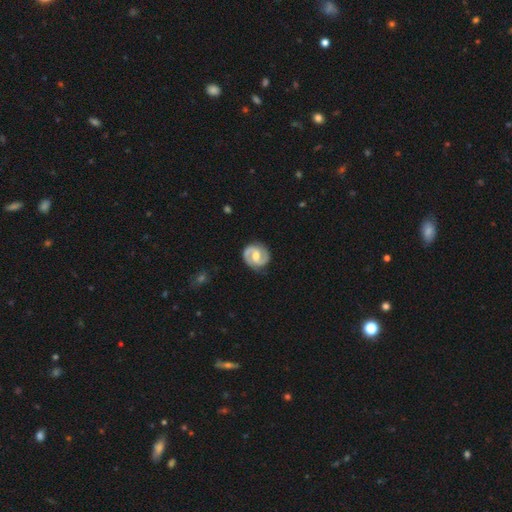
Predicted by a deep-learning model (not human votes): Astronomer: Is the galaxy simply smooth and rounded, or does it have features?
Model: featured or disk — 87%.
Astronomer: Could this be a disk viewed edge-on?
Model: no — 98%.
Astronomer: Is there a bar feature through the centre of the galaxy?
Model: weak — 51%.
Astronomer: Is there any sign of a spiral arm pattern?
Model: yes — 96%.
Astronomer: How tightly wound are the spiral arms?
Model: medium — 51% (runner-up: tight, 35%).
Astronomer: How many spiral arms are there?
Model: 2 — 93%.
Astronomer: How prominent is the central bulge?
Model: moderate — 67%.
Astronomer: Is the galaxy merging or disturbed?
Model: none — 85%.